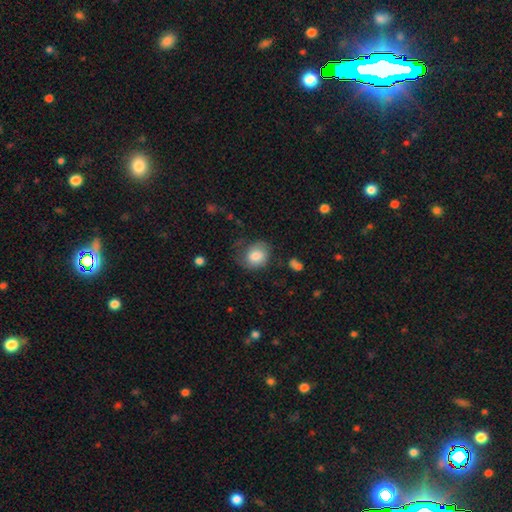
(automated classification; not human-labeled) Smooth or featured? smooth (74%)
How rounded? round (63%)
Merging? none (56%)